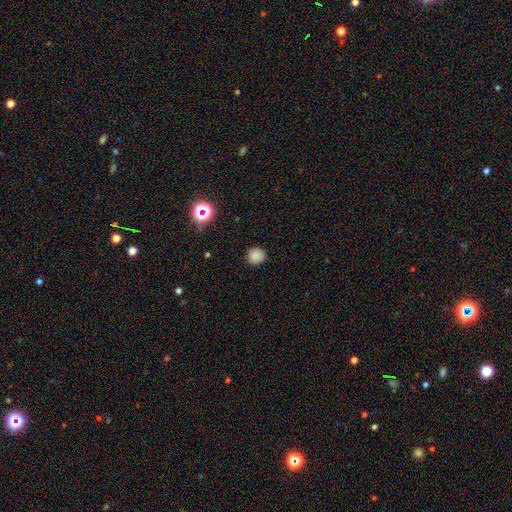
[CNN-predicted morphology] The model was most divided on "smooth or featured": smooth: 84%, star or artifact: 13%, featured or disk: 3%. More confident: how rounded — round (91%); merging — none (90%).